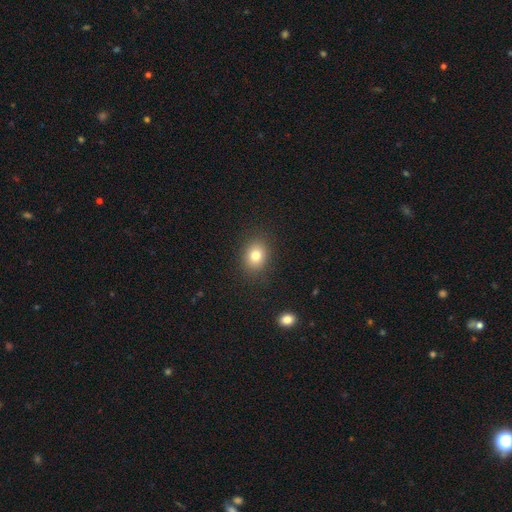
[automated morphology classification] A smooth galaxy with no disk features (79%) that is round (51%).

Vote fractions:
- Smooth or featured? smooth: 79% / star or artifact: 11% / featured or disk: 9%
- How rounded? round: 51% / in between: 48% / cigar-shaped: 1%
- Merging? none: 87% / minor disturbance: 9% / major disturbance: 3% / merger: 1%